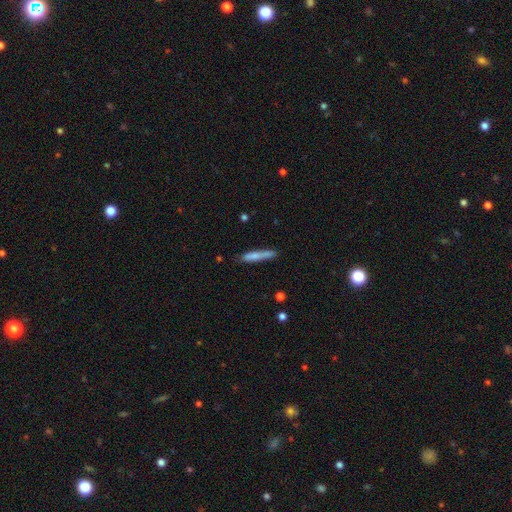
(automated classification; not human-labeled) A smooth galaxy with no disk features (70%) that is cigar-shaped (93%). Merging: none (74%).